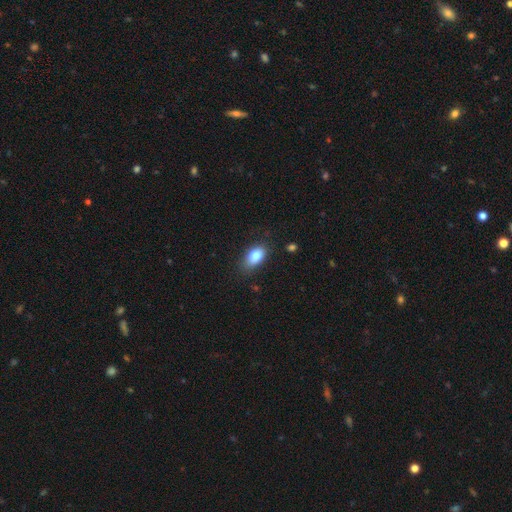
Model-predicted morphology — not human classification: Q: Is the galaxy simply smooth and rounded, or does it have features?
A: smooth — 85%.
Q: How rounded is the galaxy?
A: in between — 90%.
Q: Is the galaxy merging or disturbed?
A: none — 74%.